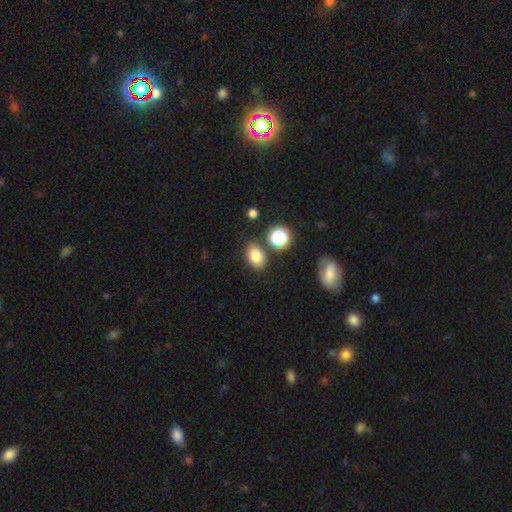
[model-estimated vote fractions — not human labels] Overall: smooth (79%). How rounded: in between (77%). Merging: none (78%).